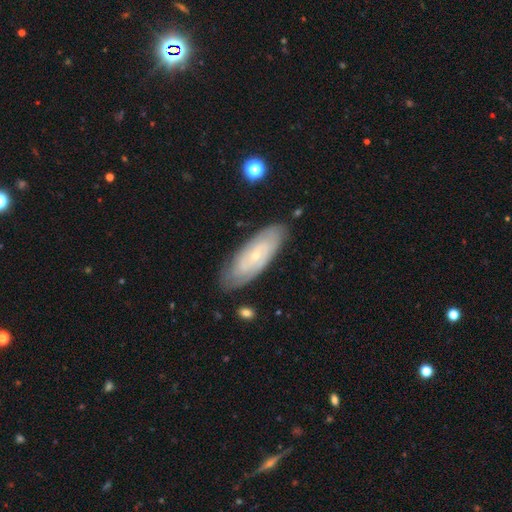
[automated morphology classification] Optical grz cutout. It shows a featured or disk galaxy (69%) with no bar (73%), spiral arms (83%) and a small central bulge (79%). Merging: none (81%).